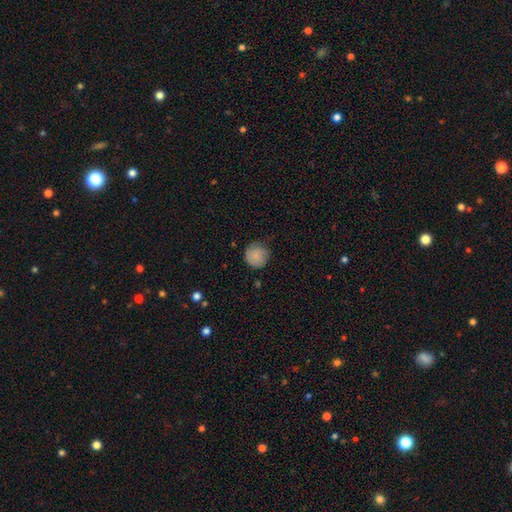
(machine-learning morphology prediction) Smooth or featured? smooth (84%)
How rounded? round (92%)
Merging? none (72%)